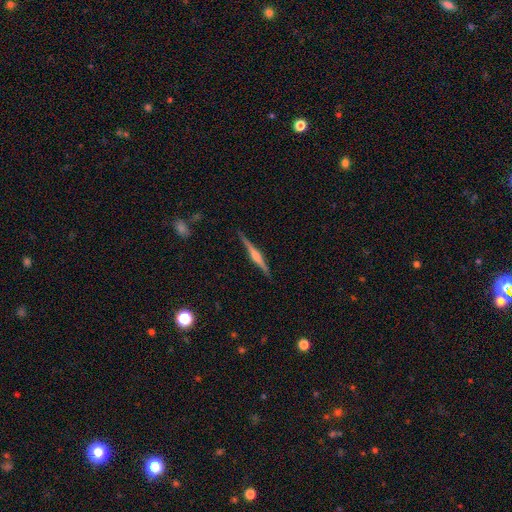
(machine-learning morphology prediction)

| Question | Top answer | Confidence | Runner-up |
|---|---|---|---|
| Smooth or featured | featured or disk | 78% | smooth (16%) |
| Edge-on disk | yes | 98% | no (2%) |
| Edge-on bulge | rounded | 79% | boxy (14%) |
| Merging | none | 90% | minor disturbance (7%) |